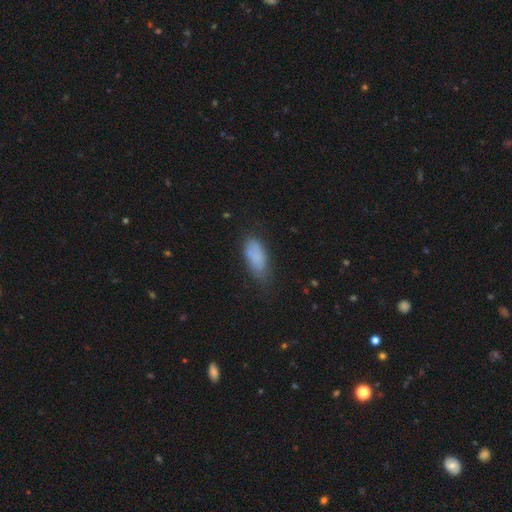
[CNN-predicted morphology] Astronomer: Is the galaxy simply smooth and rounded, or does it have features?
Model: smooth — 79%.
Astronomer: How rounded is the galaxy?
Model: in between — 80%.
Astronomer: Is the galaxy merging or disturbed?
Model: none — 61%.